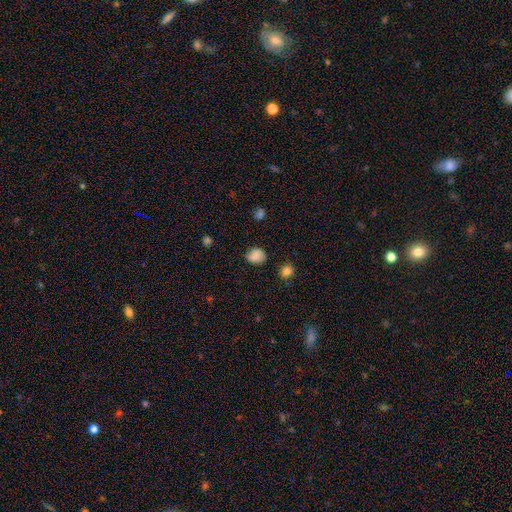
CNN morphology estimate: This appears to be a smooth galaxy with no disk features (81%) that is round (58%). Merging: none (70%).